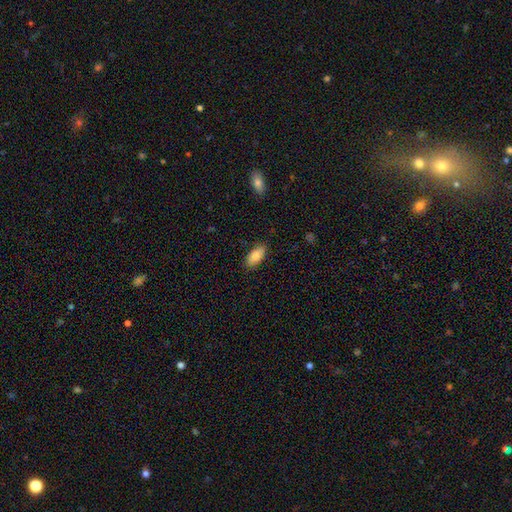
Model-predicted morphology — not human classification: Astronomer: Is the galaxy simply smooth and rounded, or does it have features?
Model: smooth — 84%.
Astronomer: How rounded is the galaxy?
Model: in between — 90%.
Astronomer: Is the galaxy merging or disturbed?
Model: none — 85%.